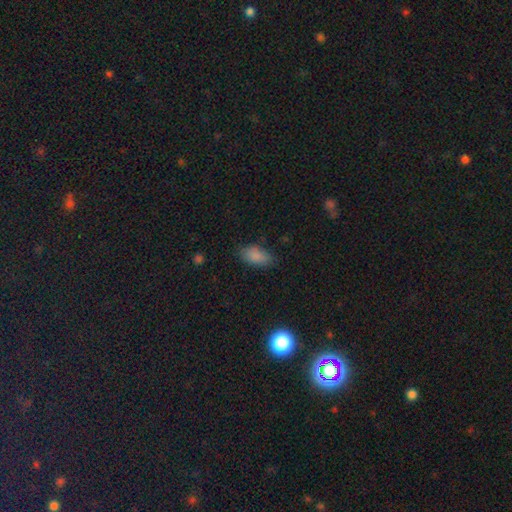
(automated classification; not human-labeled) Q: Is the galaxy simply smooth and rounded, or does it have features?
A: smooth — 86%.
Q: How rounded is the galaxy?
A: in between — 90%.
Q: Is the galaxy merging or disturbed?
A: none — 75%.